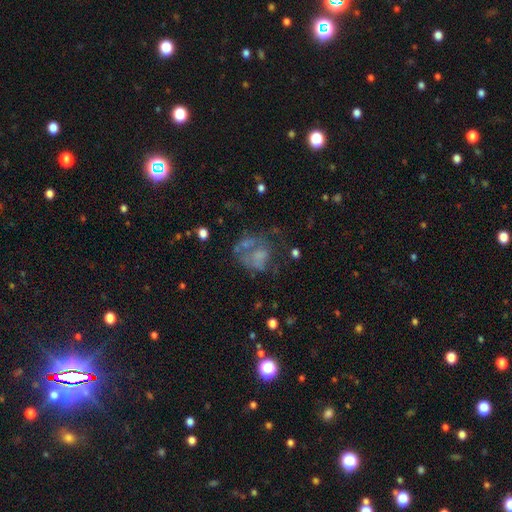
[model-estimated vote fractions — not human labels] Smooth or featured? Predicted: featured or disk (p=0.44). Merging? Predicted: none (p=0.35).